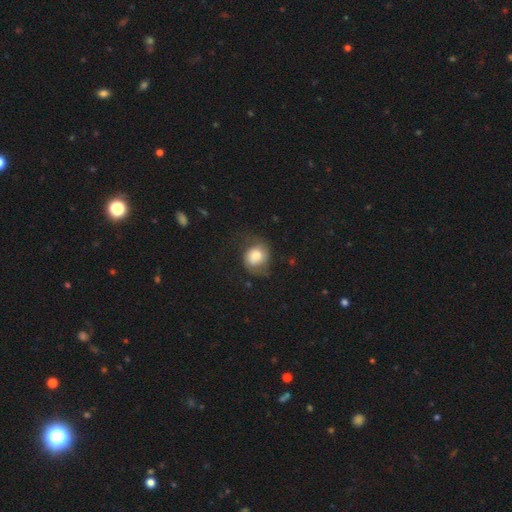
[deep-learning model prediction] smooth_or_featured: smooth (p=0.65) [alt: featured or disk p=0.27]
how_rounded: round (p=0.65) [alt: in between p=0.34]
merging: none (p=0.54) [alt: minor disturbance p=0.25]